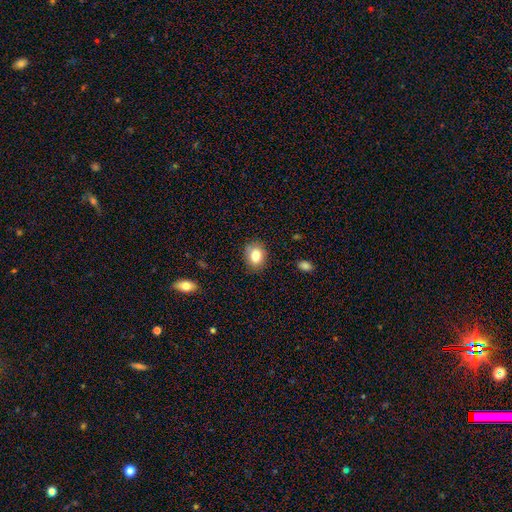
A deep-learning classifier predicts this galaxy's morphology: The model was most divided on "how rounded": in between: 50%, round: 49%, cigar-shaped: 1%. More confident: merging — none (85%); smooth or featured — smooth (82%).